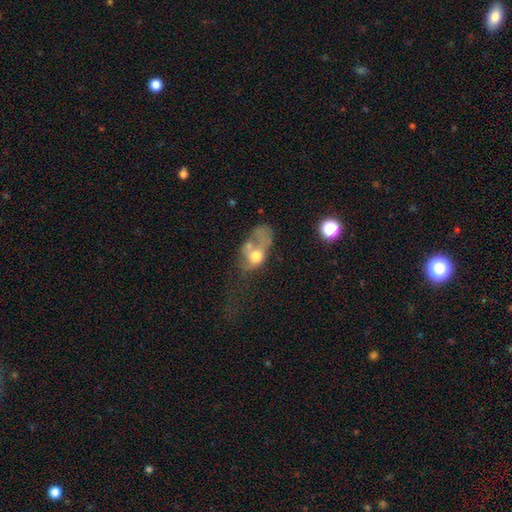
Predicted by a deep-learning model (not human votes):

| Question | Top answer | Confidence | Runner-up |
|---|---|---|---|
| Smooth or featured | smooth | 52% | featured or disk (37%) |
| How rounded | in between | 69% | round (28%) |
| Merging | major disturbance | 41% | merger (33%) |